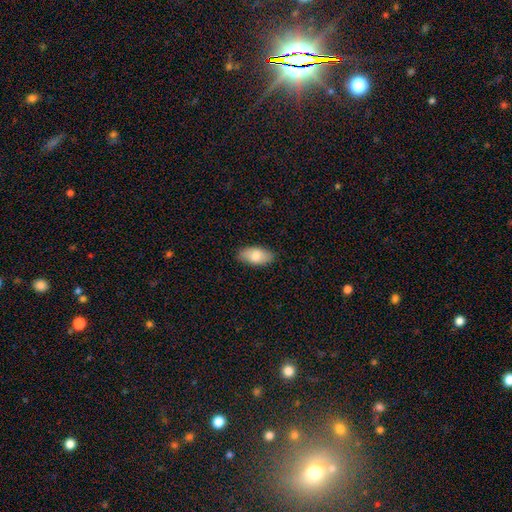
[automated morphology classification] The model was most divided on "smooth or featured": smooth: 80%, featured or disk: 14%, star or artifact: 6%. More confident: how rounded — in between (92%); merging — none (87%).